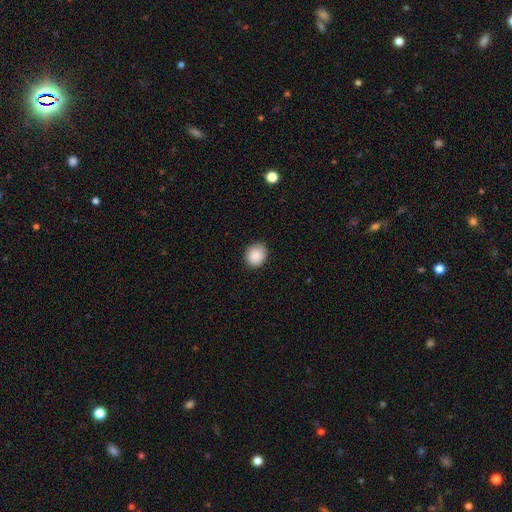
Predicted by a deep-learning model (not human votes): A smooth galaxy with no disk features (88%) that is round (71%).

Vote fractions:
- Smooth or featured? smooth: 88% / star or artifact: 8% / featured or disk: 4%
- How rounded? round: 71% / in between: 29% / cigar-shaped: 1%
- Merging? none: 88% / minor disturbance: 9% / major disturbance: 2% / merger: 1%